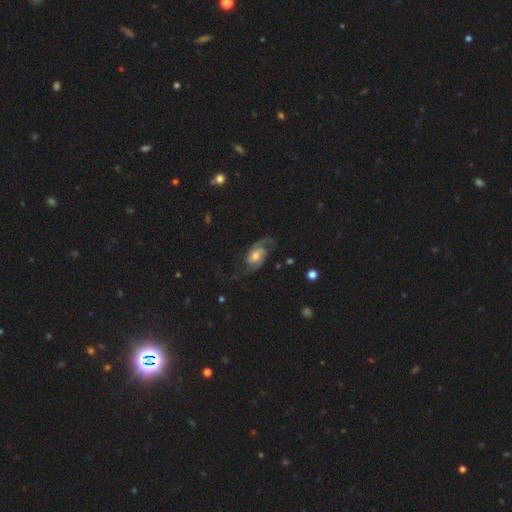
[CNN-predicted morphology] Smooth or featured? featured or disk (82%)
Edge-on disk? no (97%)
Bar? no (63%)
Spiral arms? yes (96%)
Spiral winding? medium (45%)
Spiral arm count? 2 (89%)
Bulge size? moderate (65%)
Merging? none (70%)